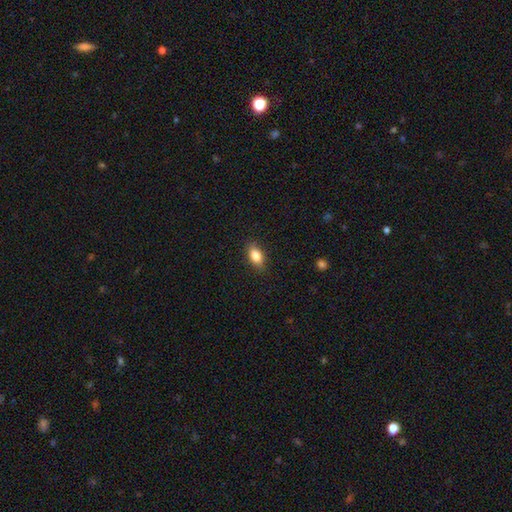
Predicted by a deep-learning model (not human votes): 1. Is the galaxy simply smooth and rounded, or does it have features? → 84% smooth, 8% featured or disk, 8% star or artifact.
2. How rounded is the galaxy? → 86% in between, 8% round, 6% cigar-shaped.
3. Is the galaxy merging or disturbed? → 87% none, 10% minor disturbance, 2% major disturbance, 1% merger.